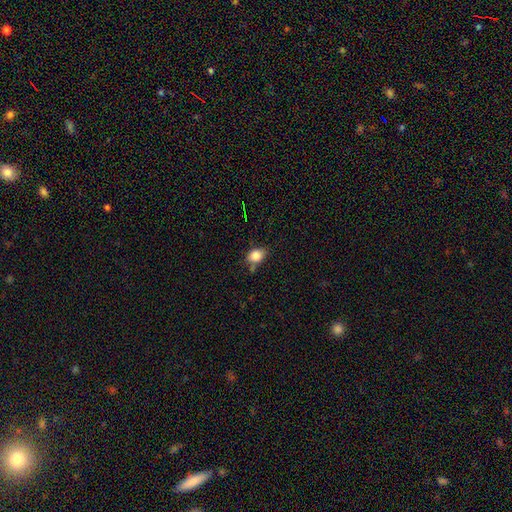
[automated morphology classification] Smooth or featured? smooth (84%)
How rounded? in between (67%)
Merging? none (66%)